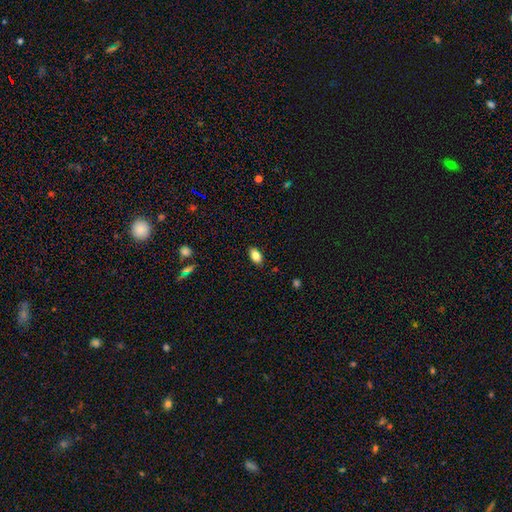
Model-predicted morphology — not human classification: Smooth or featured? Predicted: smooth (p=0.84). How rounded? Predicted: in between (p=0.89). Merging? Predicted: none (p=0.87).